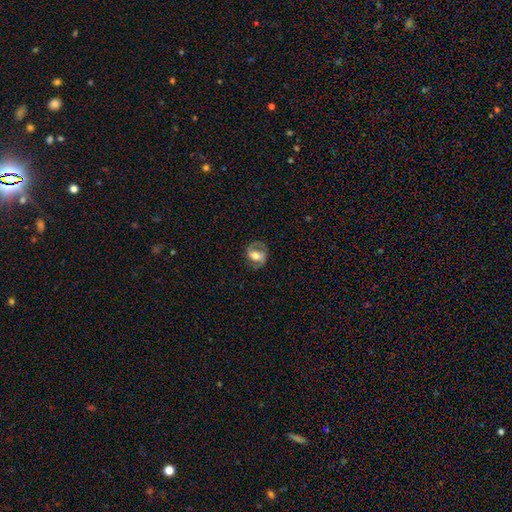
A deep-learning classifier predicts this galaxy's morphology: Smooth or featured? featured or disk (64%)
Edge-on disk? no (96%)
Bar? weak (36%)
Spiral arms? yes (79%)
Bulge size? moderate (58%)
Merging? none (72%)